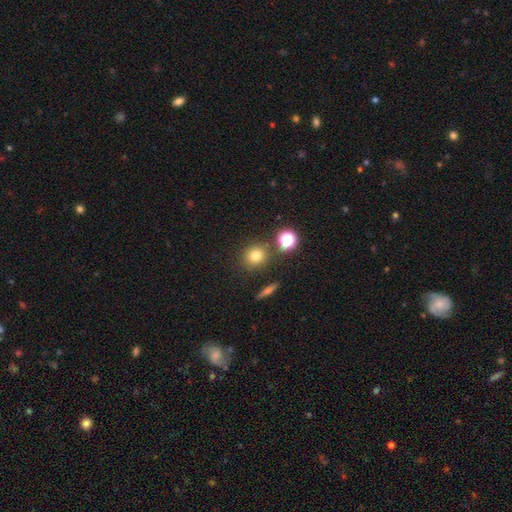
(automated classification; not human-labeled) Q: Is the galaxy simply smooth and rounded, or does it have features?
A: smooth — 75%.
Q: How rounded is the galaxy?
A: round — 87%.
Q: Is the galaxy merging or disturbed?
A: none — 82%.